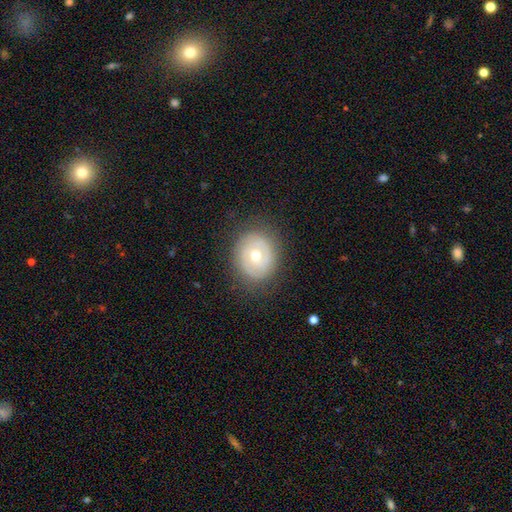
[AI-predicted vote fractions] Smooth or featured: featured or disk — 53% (smooth — 39%)
Edge-on disk: no — 96% (yes — 4%)
Bar: no — 71% (weak — 23%)
Spiral arms: no — 57% (yes — 43%)
Bulge size: moderate — 70% (small — 24%)
Merging: none — 81% (minor disturbance — 13%)